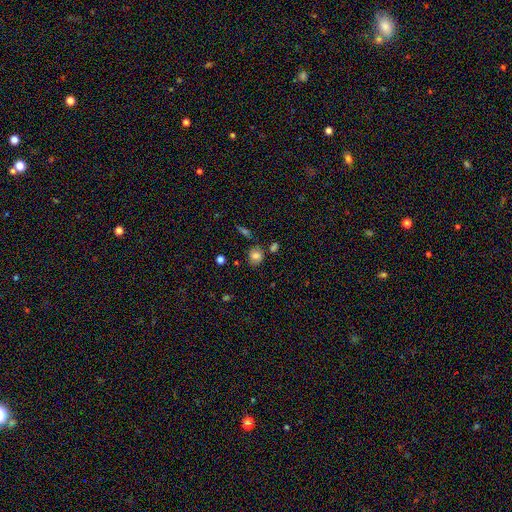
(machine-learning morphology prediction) Smooth or featured: smooth — 77% (star or artifact — 12%)
How rounded: round — 67% (in between — 31%)
Merging: none — 71% (minor disturbance — 16%)